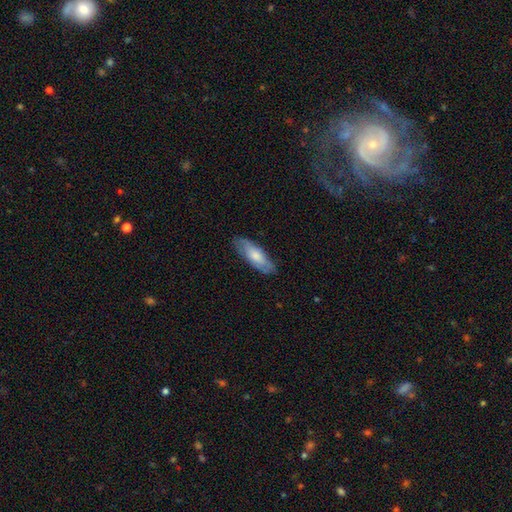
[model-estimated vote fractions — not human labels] This appears to be a smooth galaxy with no disk features (68%) that is in between round and cigar-shaped (63%). Merging: none (79%).